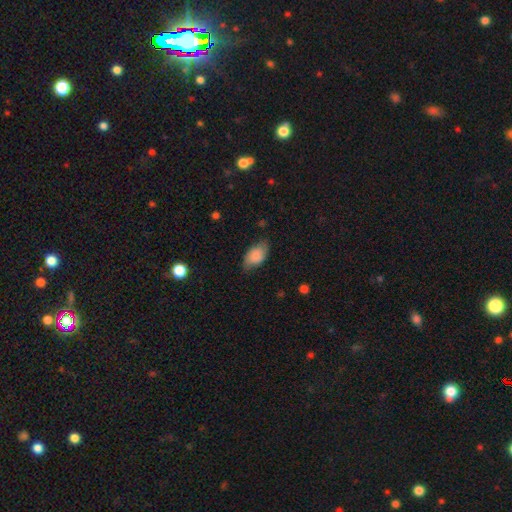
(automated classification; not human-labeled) Smooth or featured?
  - smooth: 79% *
  - featured or disk: 14%
  - star or artifact: 7%
How rounded?
  - in between: 92% *
  - round: 6%
  - cigar-shaped: 2%
Merging?
  - none: 69% *
  - minor disturbance: 24%
  - major disturbance: 6%
  - merger: 1%